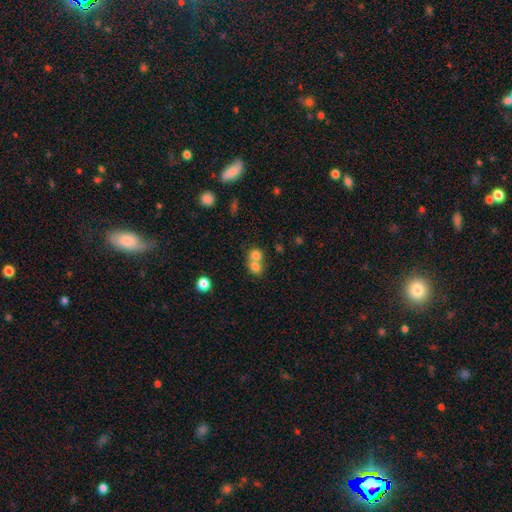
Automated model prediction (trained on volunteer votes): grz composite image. It shows a smooth galaxy with no disk features (75%) that is round (75%). Merging: merger (65%).